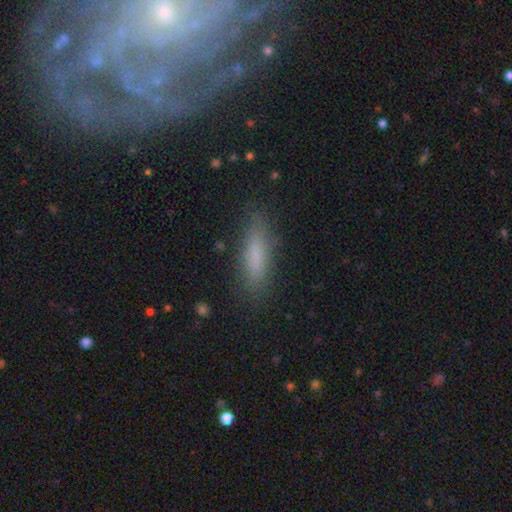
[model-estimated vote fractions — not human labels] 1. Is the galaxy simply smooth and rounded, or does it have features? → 77% smooth, 14% featured or disk, 9% star or artifact.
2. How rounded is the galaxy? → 68% cigar-shaped, 30% in between, 2% round.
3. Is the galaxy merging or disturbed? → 84% none, 11% minor disturbance, 3% major disturbance, 1% merger.